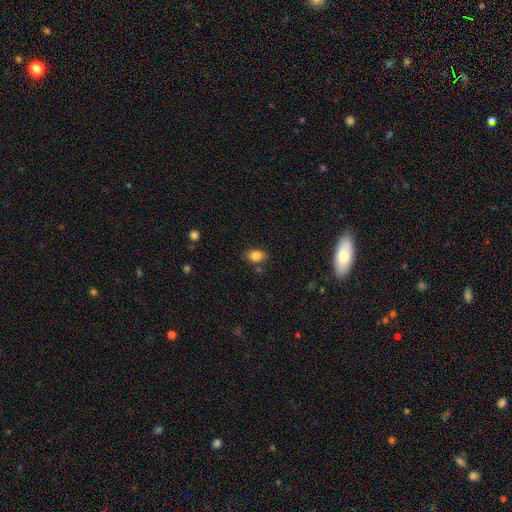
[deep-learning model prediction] The model was most divided on "how rounded": in between: 77%, round: 22%, cigar-shaped: 1%. More confident: smooth or featured — smooth (85%); merging — none (78%).